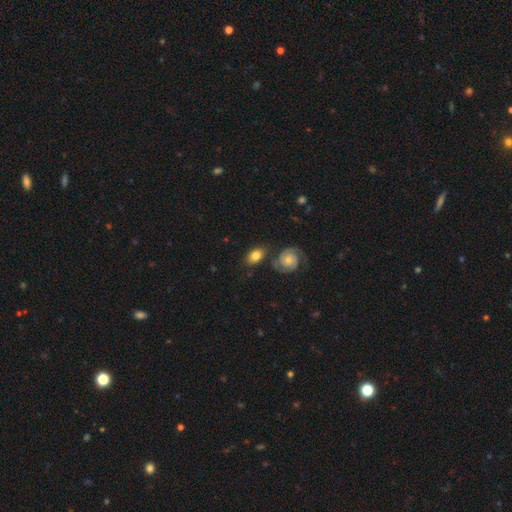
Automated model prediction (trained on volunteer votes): This is likely a smooth galaxy (67%). How rounded: clearly in between (83%). Merging: likely none (66%).